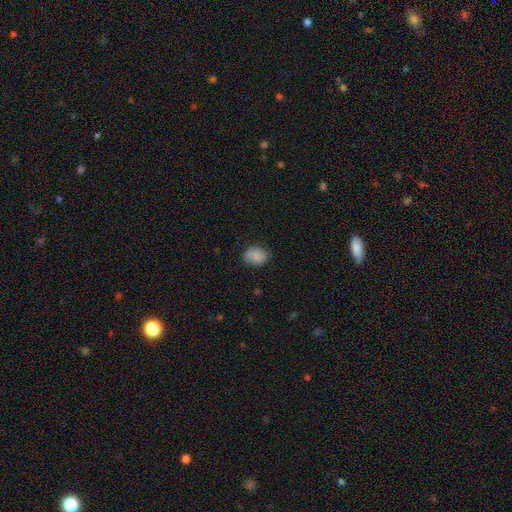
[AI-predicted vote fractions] A smooth galaxy with no disk features (77%) that is round (52%).

Vote fractions:
- Smooth or featured? smooth: 77% / featured or disk: 14% / star or artifact: 9%
- How rounded? round: 52% / in between: 47% / cigar-shaped: 1%
- Merging? none: 67% / minor disturbance: 24% / major disturbance: 6% / merger: 3%